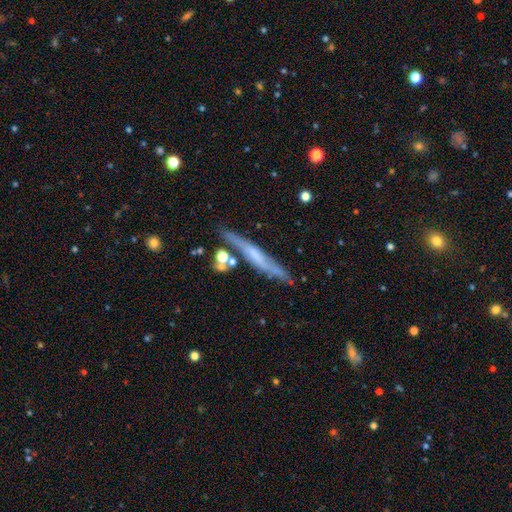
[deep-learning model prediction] Smooth or featured: featured or disk — 57% (smooth — 35%)
Edge-on disk: yes — 89% (no — 11%)
Edge-on bulge: none — 63% (rounded — 27%)
Merging: none — 75% (minor disturbance — 16%)